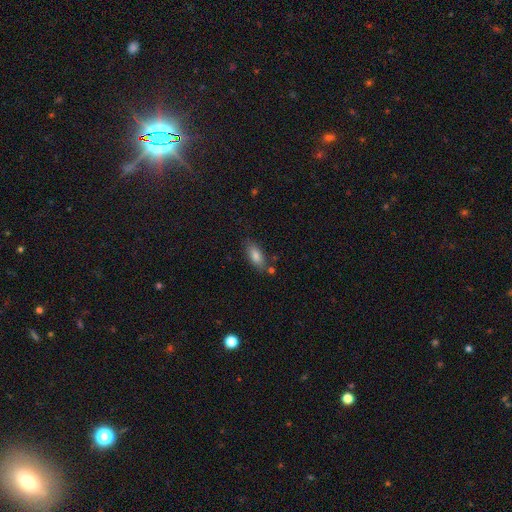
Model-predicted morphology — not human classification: This appears to be a smooth galaxy with no disk features (81%) that is in between round and cigar-shaped (80%). Merging: none (76%).